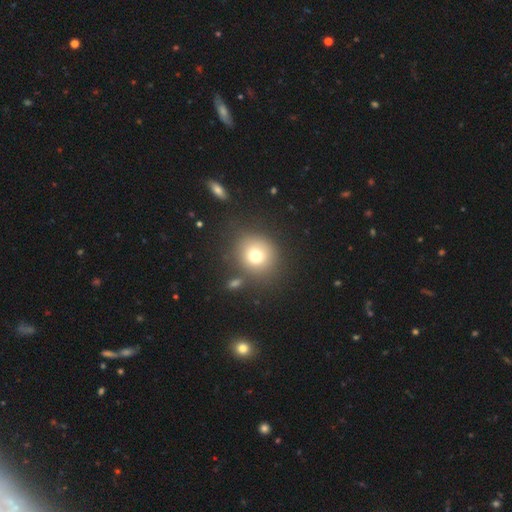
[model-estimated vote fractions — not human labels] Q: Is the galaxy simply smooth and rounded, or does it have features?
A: smooth — 74%.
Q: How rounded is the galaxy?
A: round — 87%.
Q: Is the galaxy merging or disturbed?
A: none — 76%.